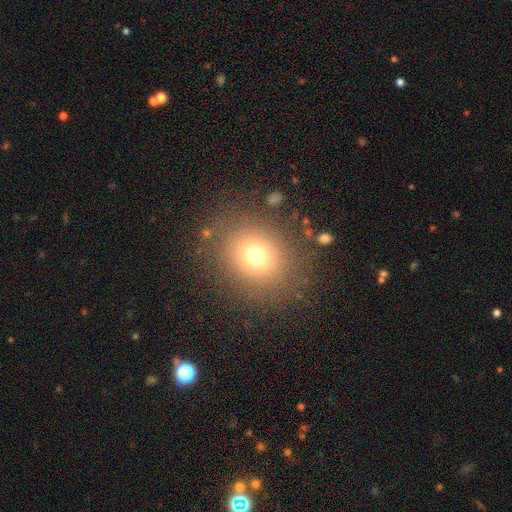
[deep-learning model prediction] A smooth galaxy with no disk features (71%) that is round (78%). Merging: none (83%).